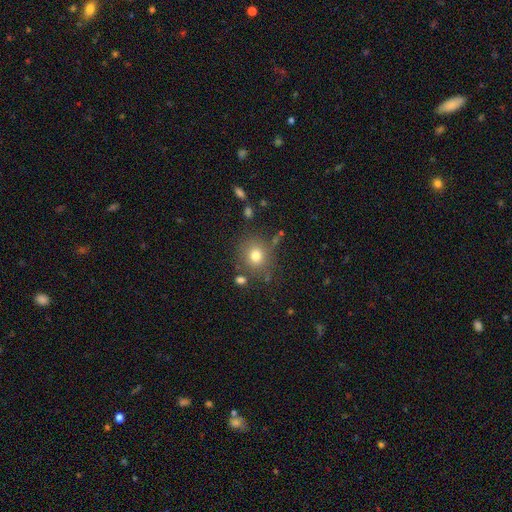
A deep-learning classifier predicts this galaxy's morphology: This is likely a smooth galaxy (77%). How rounded: clearly round (83%). Merging: likely none (78%).